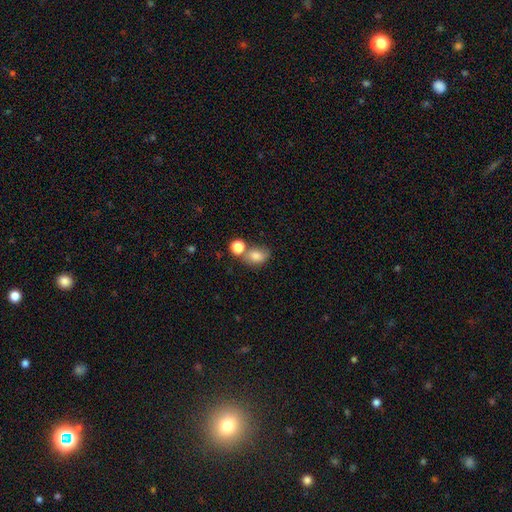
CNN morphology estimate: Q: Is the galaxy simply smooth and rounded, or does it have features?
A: smooth — 80%.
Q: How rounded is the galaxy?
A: in between — 58%.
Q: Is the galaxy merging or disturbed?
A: none — 51%.